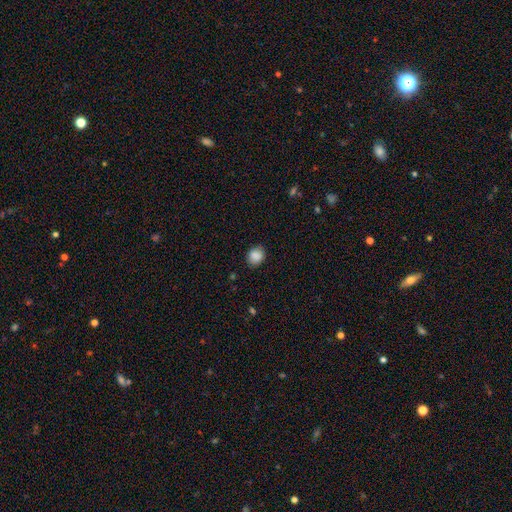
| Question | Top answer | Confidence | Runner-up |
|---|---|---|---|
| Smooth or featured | smooth | 89% | featured or disk (8%) |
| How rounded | round | 73% | in between (27%) |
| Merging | none | 92% | major disturbance (6%) |